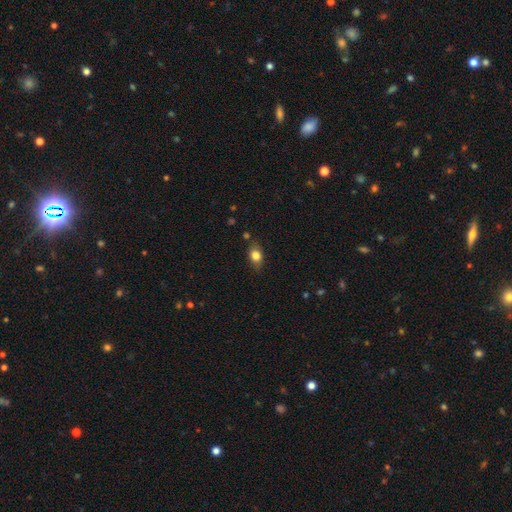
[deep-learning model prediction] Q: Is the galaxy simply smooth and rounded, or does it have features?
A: smooth — 80%.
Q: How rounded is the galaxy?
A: in between — 75%.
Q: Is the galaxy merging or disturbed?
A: none — 77%.